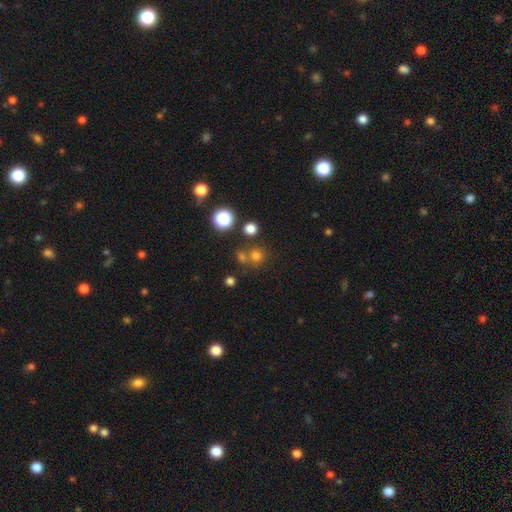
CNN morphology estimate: smooth 70%, star or artifact 23%, featured or disk 7%. Down the decision tree: how rounded — round (90%); merging — none (67%).